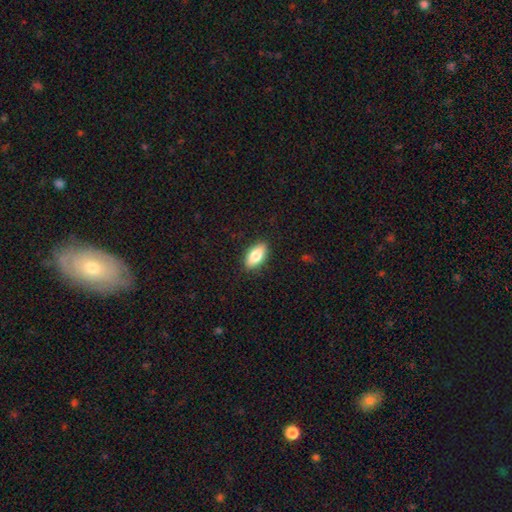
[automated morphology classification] A smooth galaxy with no disk features (76%) that is in between round and cigar-shaped (86%).

Vote fractions:
- Smooth or featured? smooth: 76% / featured or disk: 17% / star or artifact: 7%
- How rounded? in between: 86% / cigar-shaped: 10% / round: 4%
- Merging? none: 88% / minor disturbance: 9% / major disturbance: 2% / merger: 1%